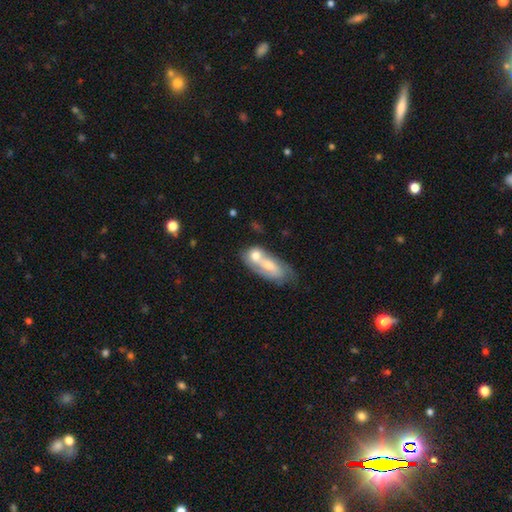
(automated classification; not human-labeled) Smooth or featured?
  - smooth: 53% *
  - featured or disk: 41%
  - star or artifact: 6%
How rounded?
  - in between: 76% *
  - round: 13%
  - cigar-shaped: 11%
Merging?
  - merger: 66% *
  - none: 19%
  - minor disturbance: 9%
  - major disturbance: 6%